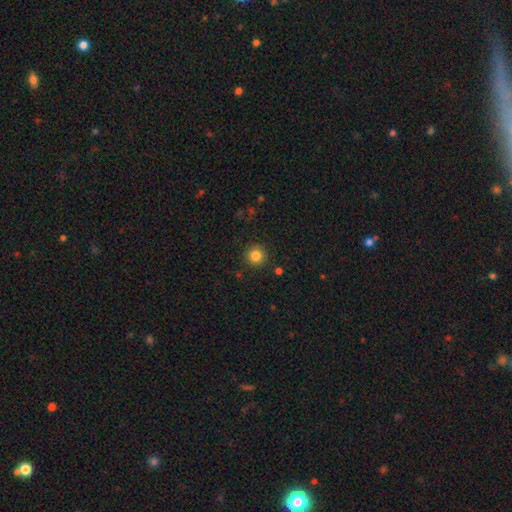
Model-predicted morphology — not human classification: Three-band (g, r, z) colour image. It shows a smooth galaxy with no disk features (84%) that is round (95%). Merging: none (91%).